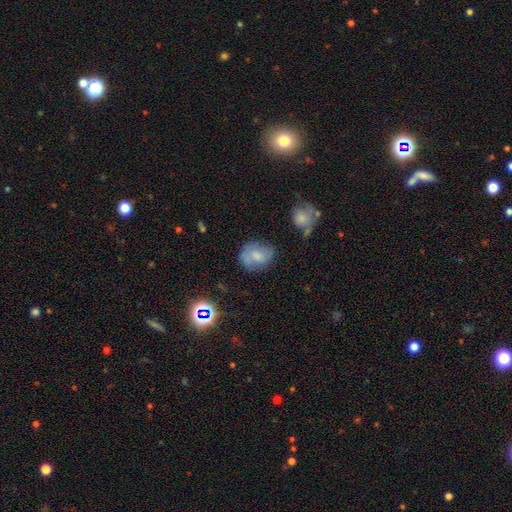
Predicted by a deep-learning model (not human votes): smooth_or_featured: smooth (p=0.62) [alt: featured or disk p=0.28]
how_rounded: in between (p=0.50) [alt: round p=0.48]
merging: none (p=0.63) [alt: minor disturbance p=0.25]